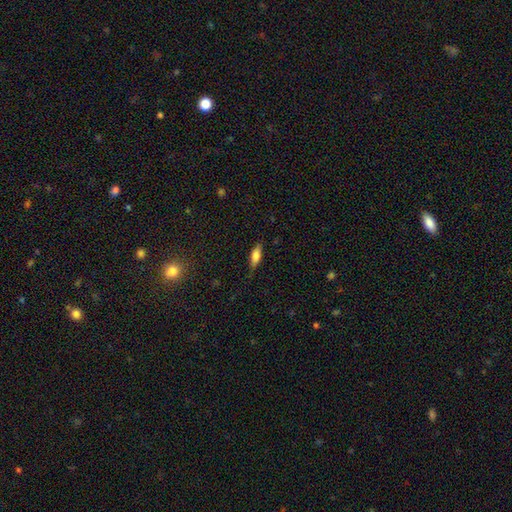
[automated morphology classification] Smooth or featured? Predicted: smooth (p=0.68). How rounded? Predicted: in between (p=0.66). Merging? Predicted: none (p=0.77).